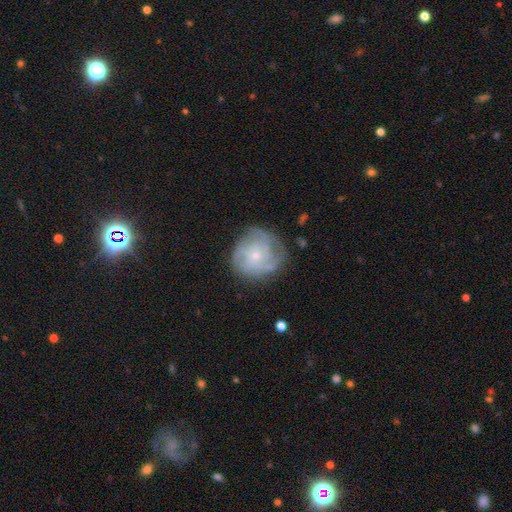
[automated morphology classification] smooth_or_featured: featured or disk (p=0.67) [alt: smooth p=0.25]
disk_edge_on: no (p=0.98) [alt: yes p=0.02]
bar: no (p=0.81) [alt: weak p=0.16]
has_spiral_arms: yes (p=0.82) [alt: no p=0.18]
spiral_winding: tight (p=0.54) [alt: medium p=0.33]
spiral_arm_count: can't tell (p=0.41) [alt: 4 p=0.20]
bulge_size: small (p=0.73) [alt: moderate p=0.21]
merging: none (p=0.68) [alt: minor disturbance p=0.20]